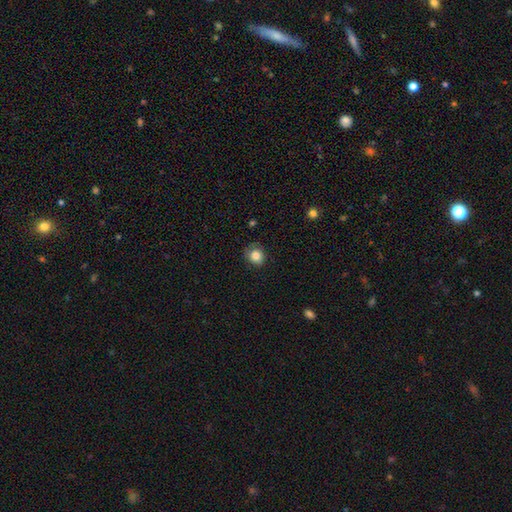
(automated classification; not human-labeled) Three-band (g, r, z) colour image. It shows a smooth galaxy with no disk features (83%) that is round (80%). Merging: none (72%).